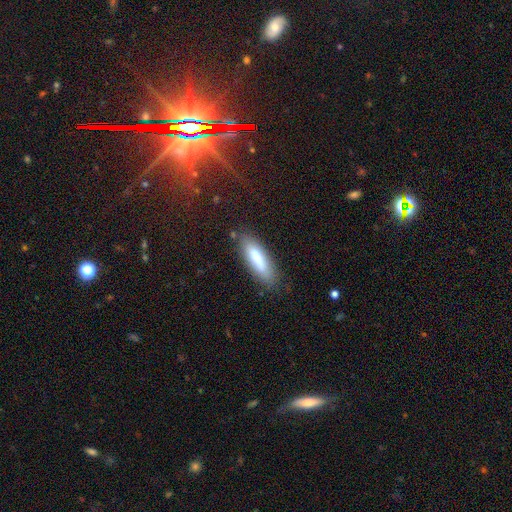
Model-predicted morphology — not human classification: smooth_or_featured: smooth (p=0.76) [alt: featured or disk p=0.17]
how_rounded: cigar-shaped (p=0.57) [alt: in between p=0.41]
merging: none (p=0.81) [alt: minor disturbance p=0.14]